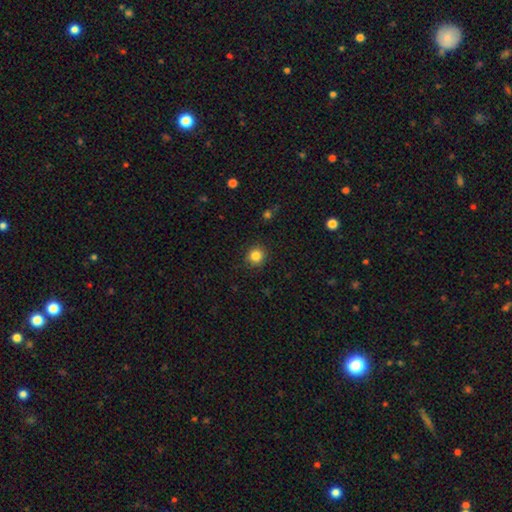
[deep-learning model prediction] This is clearly a smooth galaxy (84%). How rounded: clearly round (91%). Merging: clearly none (90%).